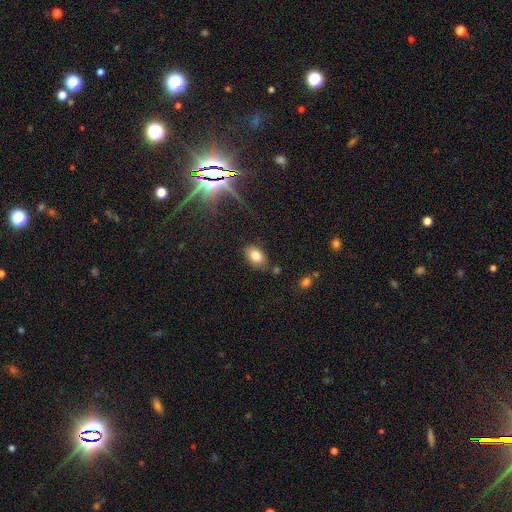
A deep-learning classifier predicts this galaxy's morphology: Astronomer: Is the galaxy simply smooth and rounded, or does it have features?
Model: smooth — 81%.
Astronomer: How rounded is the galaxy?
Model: in between — 87%.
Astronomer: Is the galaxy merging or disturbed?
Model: none — 79%.